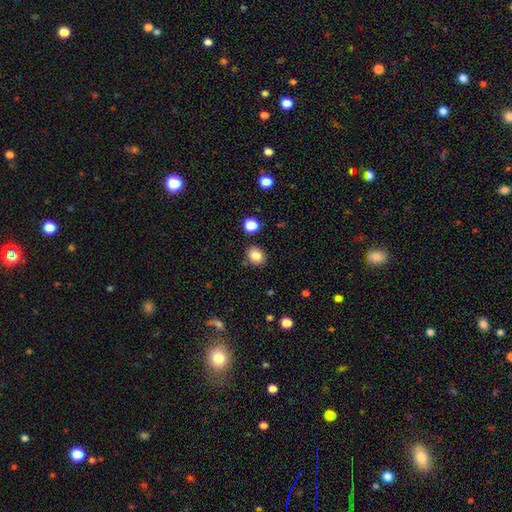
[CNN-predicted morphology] Smooth or featured? Predicted: smooth (p=0.84). How rounded? Predicted: round (p=0.58). Merging? Predicted: none (p=0.84).